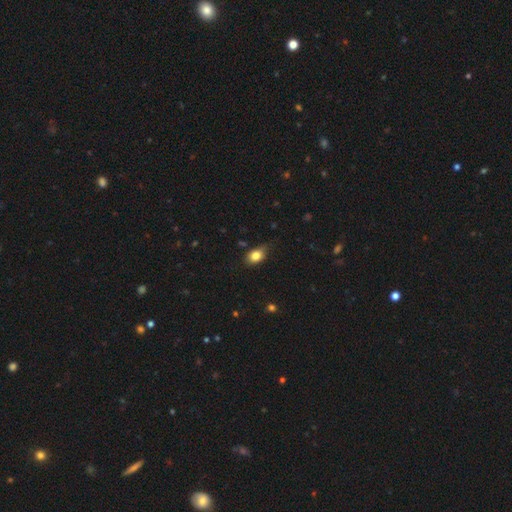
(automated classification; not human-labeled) The model was most divided on "merging": none: 70%, minor disturbance: 25%, major disturbance: 4%, merger: 2%. More confident: smooth or featured — smooth (83%); how rounded — in between (75%).